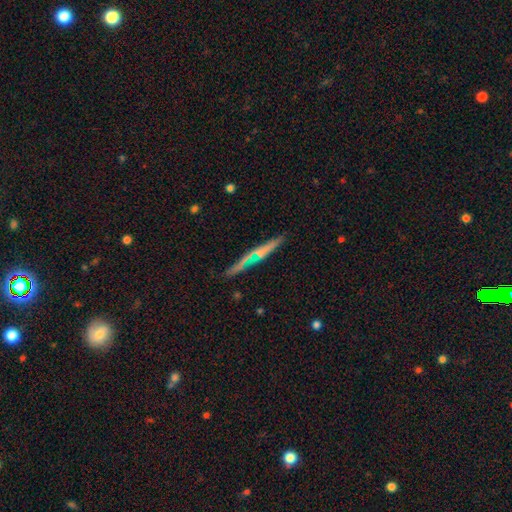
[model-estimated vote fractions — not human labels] This is possibly a featured or disk galaxy (58%). It is clearly viewed edge-on (92%). Edge-on bulge: possibly none (52%). Merging: likely none (75%).